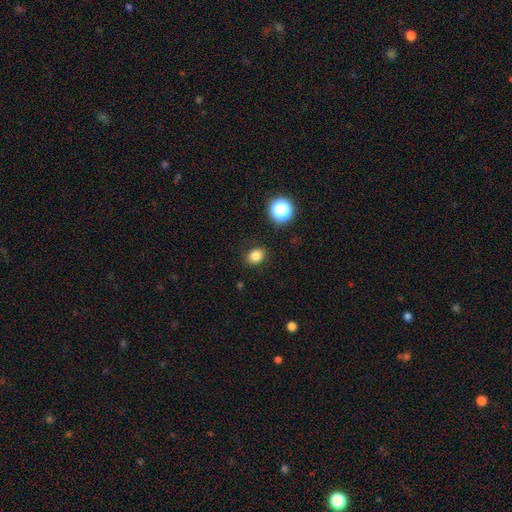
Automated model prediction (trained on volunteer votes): Q: Smooth or featured?
A: smooth (82%); runner-up: star or artifact (13%)
Q: How rounded?
A: round (55%); runner-up: in between (44%)
Q: Merging?
A: none (87%); runner-up: minor disturbance (9%)